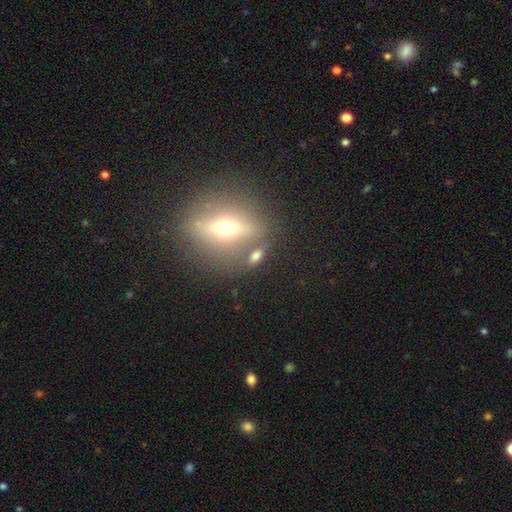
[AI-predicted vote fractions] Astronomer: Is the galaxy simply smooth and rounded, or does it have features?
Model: smooth — 61%.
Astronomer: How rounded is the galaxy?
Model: in between — 68%.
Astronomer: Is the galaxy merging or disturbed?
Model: none — 67%.